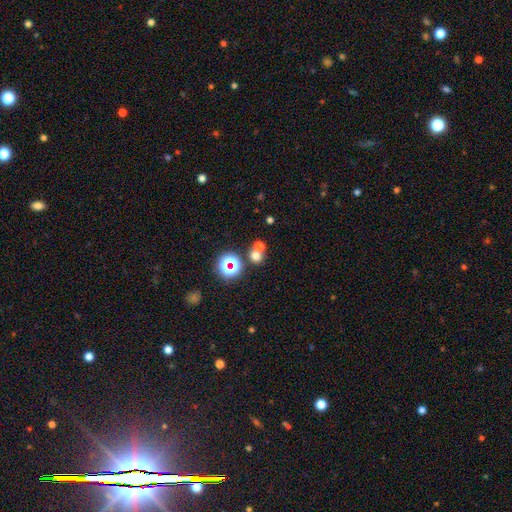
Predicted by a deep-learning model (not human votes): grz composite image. It shows a smooth galaxy with no disk features (61%) that is round (82%). Merging: none (54%).